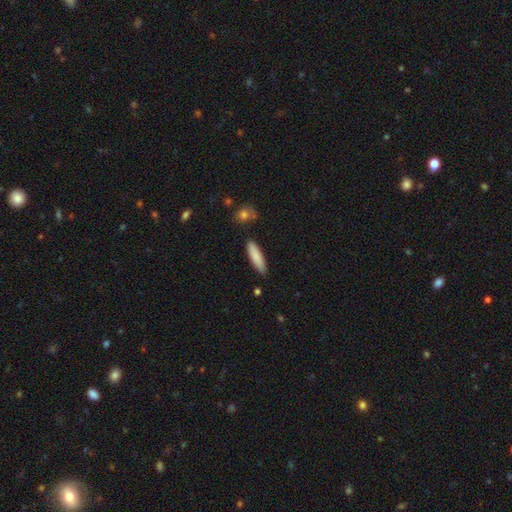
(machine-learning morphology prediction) This appears to be a smooth galaxy with no disk features (84%) that is cigar-shaped (68%). Merging: none (85%).